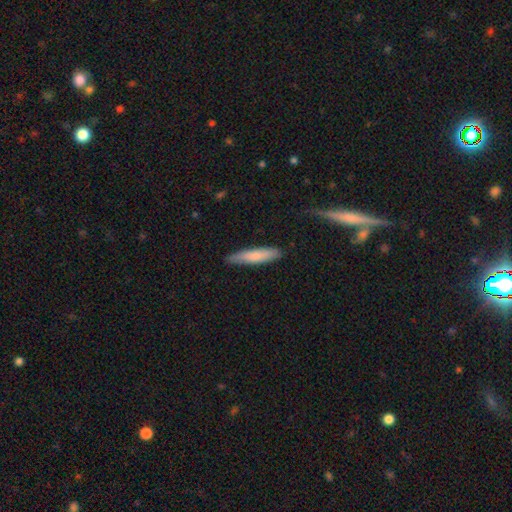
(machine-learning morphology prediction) Smooth or featured: smooth — 77% (featured or disk — 17%)
How rounded: cigar-shaped — 87% (in between — 11%)
Merging: none — 86% (minor disturbance — 11%)